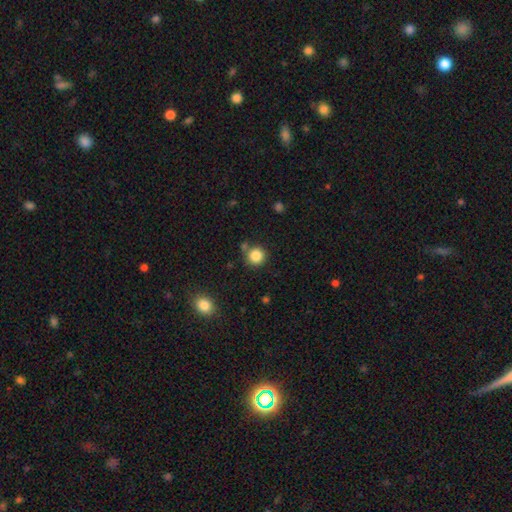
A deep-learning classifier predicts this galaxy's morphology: The model was most divided on "merging": none: 78%, minor disturbance: 10%, merger: 9%, major disturbance: 3%. More confident: how rounded — round (93%); smooth or featured — smooth (85%).